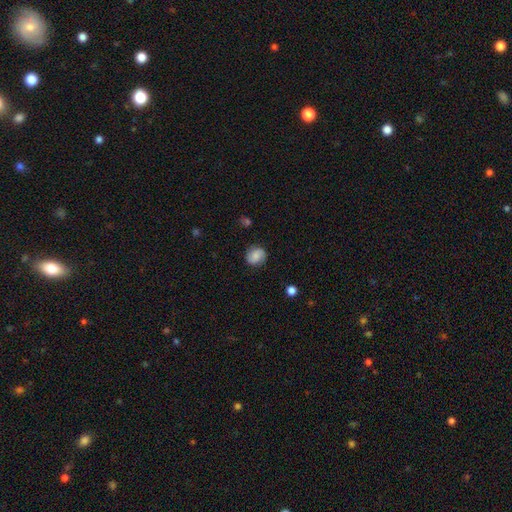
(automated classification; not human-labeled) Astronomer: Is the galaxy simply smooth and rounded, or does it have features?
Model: smooth — 52% (runner-up: featured or disk, 39%).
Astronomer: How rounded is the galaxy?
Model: round — 78%.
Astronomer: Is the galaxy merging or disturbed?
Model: none — 82%.